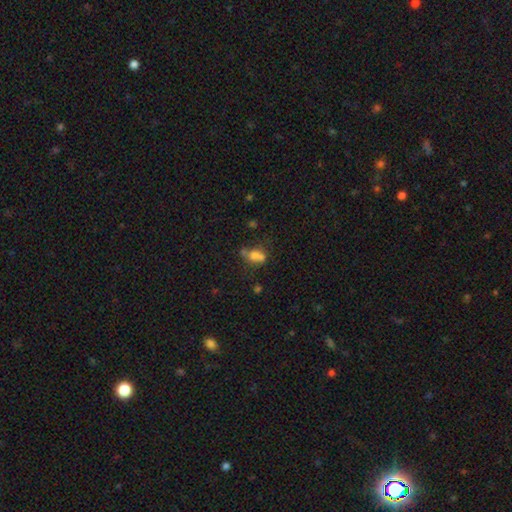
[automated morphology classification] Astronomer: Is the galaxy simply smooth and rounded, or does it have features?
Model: smooth — 62%.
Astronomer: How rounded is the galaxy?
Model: in between — 64%.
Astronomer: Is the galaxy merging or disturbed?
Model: merger — 42% (runner-up: none, 32%).